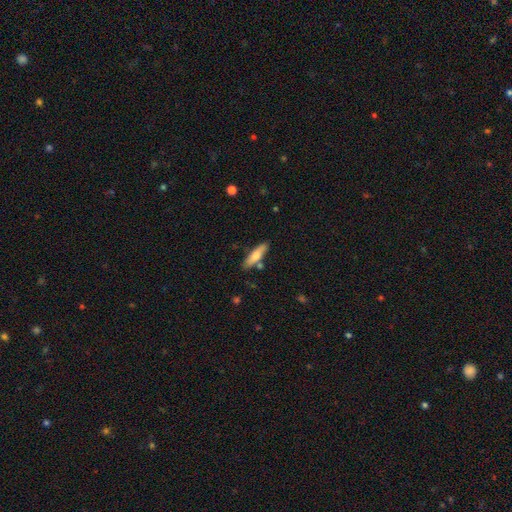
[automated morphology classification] A smooth galaxy with no disk features (65%) that is cigar-shaped (67%).

Vote fractions:
- Smooth or featured? smooth: 65% / featured or disk: 29% / star or artifact: 6%
- How rounded? cigar-shaped: 67% / in between: 31% / round: 2%
- Merging? none: 79% / minor disturbance: 13% / merger: 7% / major disturbance: 2%